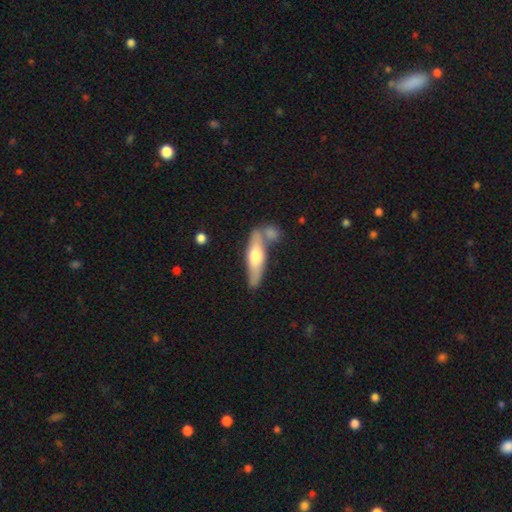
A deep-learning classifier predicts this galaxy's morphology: smooth-or-featured: smooth: 48% | featured or disk: 47% | star or artifact: 5%
  merging: none: 62% | merger: 19% | minor disturbance: 15% | major disturbance: 4%